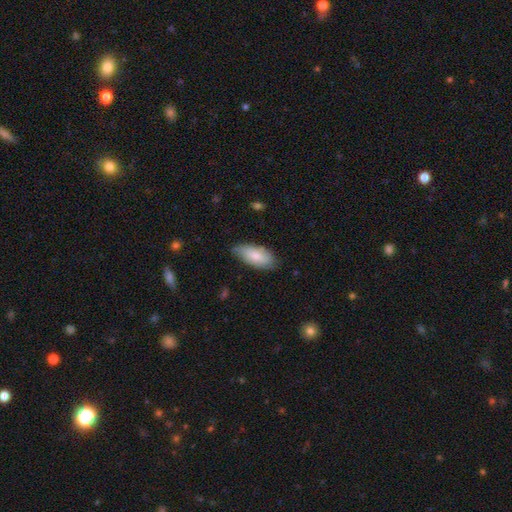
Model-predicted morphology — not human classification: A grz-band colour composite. It shows a smooth galaxy with no disk features (74%) that is in between round and cigar-shaped (88%). Merging: none (69%).